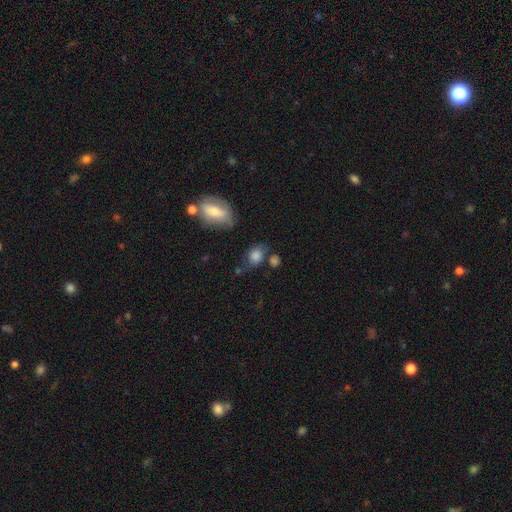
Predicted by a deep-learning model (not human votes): Smooth or featured? Predicted: smooth (p=0.77). How rounded? Predicted: in between (p=0.51). Merging? Predicted: none (p=0.56).